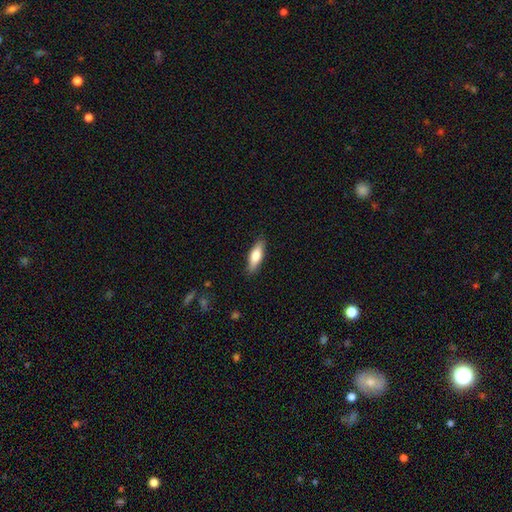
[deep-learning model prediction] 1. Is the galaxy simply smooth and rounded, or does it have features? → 72% smooth, 22% featured or disk, 6% star or artifact.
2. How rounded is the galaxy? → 55% in between, 42% cigar-shaped, 2% round.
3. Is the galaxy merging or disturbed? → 87% none, 10% minor disturbance, 2% major disturbance, 1% merger.